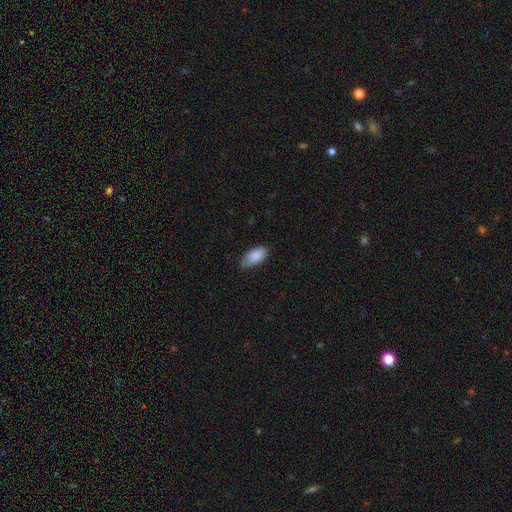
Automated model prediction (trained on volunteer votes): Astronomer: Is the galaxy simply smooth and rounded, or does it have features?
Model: smooth — 87%.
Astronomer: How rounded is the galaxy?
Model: in between — 92%.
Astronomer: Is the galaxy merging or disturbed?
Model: none — 63%.